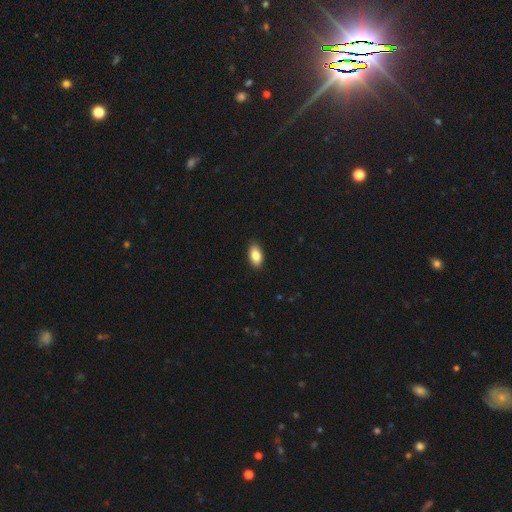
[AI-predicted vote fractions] Smooth or featured? Predicted: smooth (p=0.86). How rounded? Predicted: in between (p=0.92). Merging? Predicted: none (p=0.88).